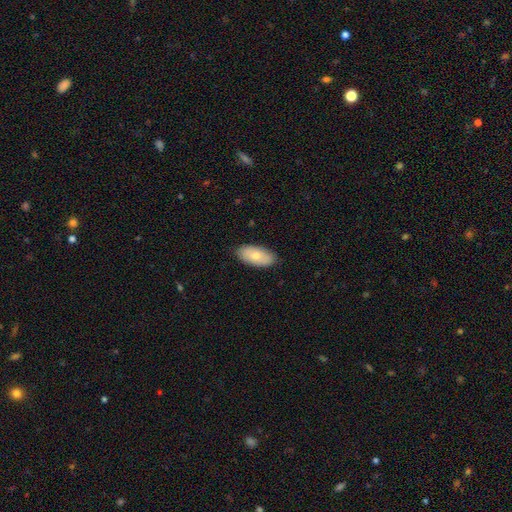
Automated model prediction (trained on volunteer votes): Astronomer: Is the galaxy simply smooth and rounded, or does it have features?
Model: smooth — 72%.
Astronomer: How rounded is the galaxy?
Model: in between — 93%.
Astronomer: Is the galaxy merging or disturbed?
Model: none — 86%.